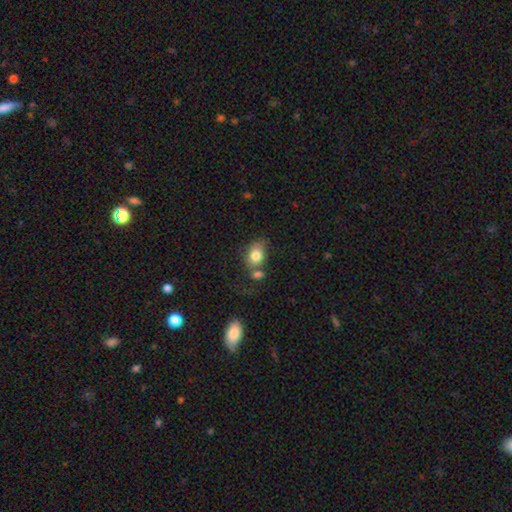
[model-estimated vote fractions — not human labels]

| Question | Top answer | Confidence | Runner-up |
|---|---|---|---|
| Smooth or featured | smooth | 80% | featured or disk (11%) |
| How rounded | in between | 62% | round (37%) |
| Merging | none | 43% | merger (29%) |